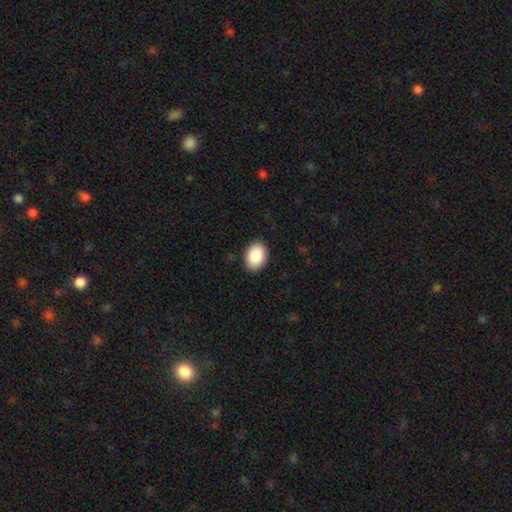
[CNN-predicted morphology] Smooth or featured: smooth — 90% (star or artifact — 7%)
How rounded: in between — 82% (round — 17%)
Merging: none — 89% (minor disturbance — 8%)